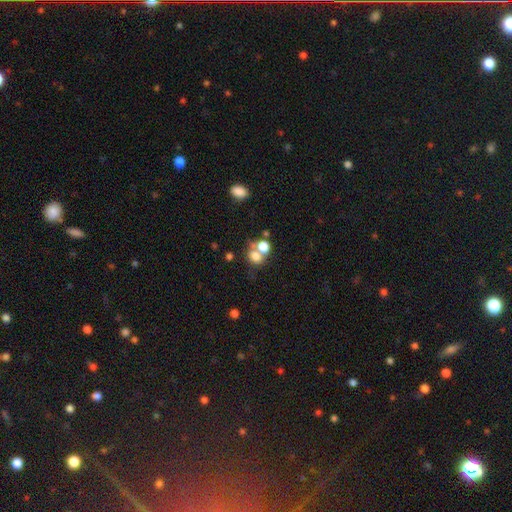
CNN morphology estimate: A smooth galaxy with no disk features (73%) that is round (60%). Merging: merger (48%).